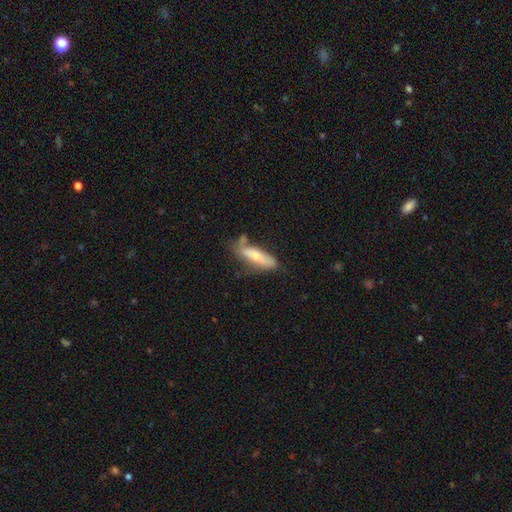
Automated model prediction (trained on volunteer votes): A smooth galaxy with no disk features (63%) that is cigar-shaped (62%).

Vote fractions:
- Smooth or featured? smooth: 63% / featured or disk: 31% / star or artifact: 6%
- How rounded? cigar-shaped: 62% / in between: 36% / round: 2%
- Merging? none: 50% / minor disturbance: 28% / merger: 11% / major disturbance: 10%